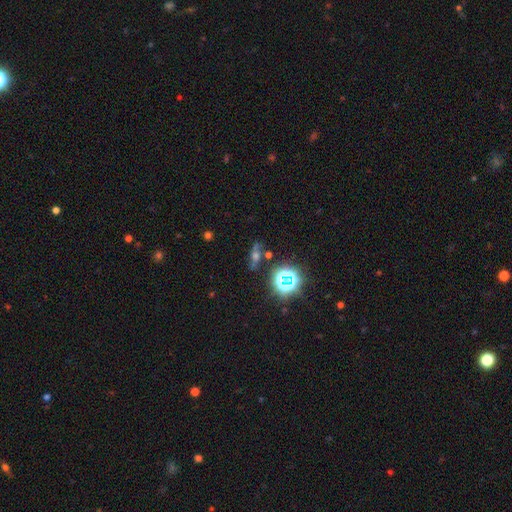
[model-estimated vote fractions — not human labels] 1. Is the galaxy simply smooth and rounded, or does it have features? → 41% star or artifact, 31% featured or disk, 28% smooth.